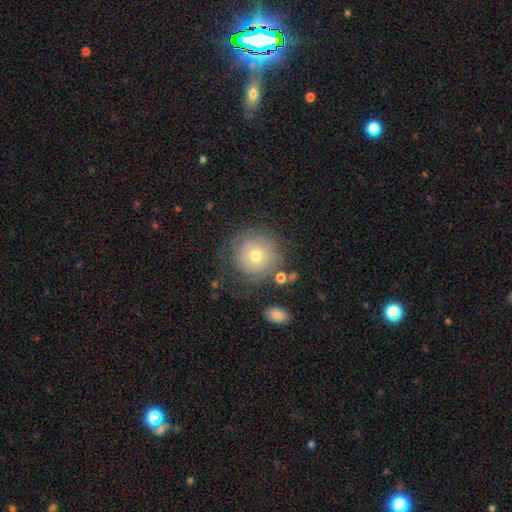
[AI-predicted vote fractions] Smooth or featured: smooth — 56% (featured or disk — 33%)
How rounded: round — 93% (in between — 6%)
Merging: none — 74% (minor disturbance — 15%)